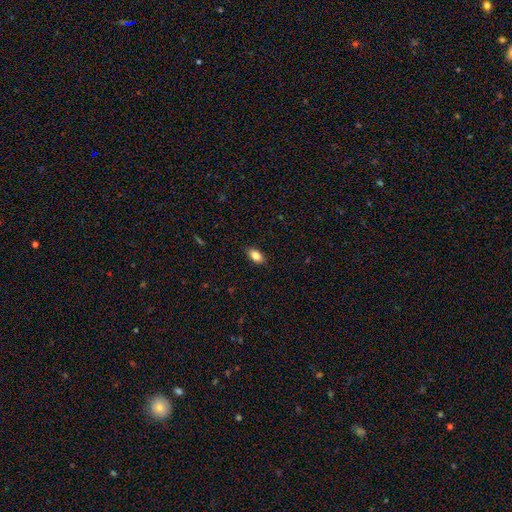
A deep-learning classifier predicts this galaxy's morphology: This is clearly a smooth galaxy (84%). How rounded: clearly in between (90%). Merging: clearly none (88%).